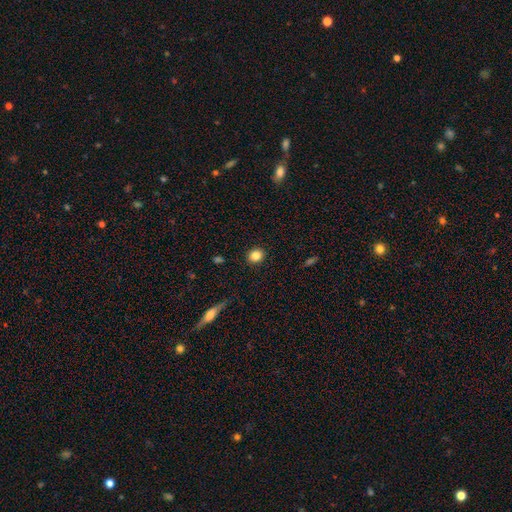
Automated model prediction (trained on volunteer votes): Smooth or featured? Predicted: smooth (p=0.85). How rounded? Predicted: round (p=0.68). Merging? Predicted: none (p=0.91).